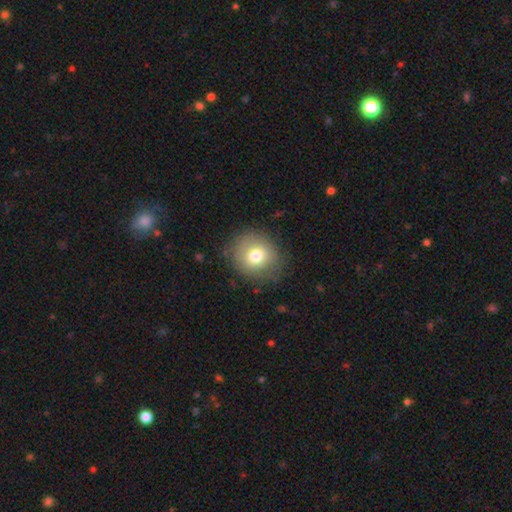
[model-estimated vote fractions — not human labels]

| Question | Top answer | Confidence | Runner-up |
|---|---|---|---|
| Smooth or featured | smooth | 74% | featured or disk (16%) |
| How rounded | round | 85% | in between (14%) |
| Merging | none | 81% | minor disturbance (13%) |